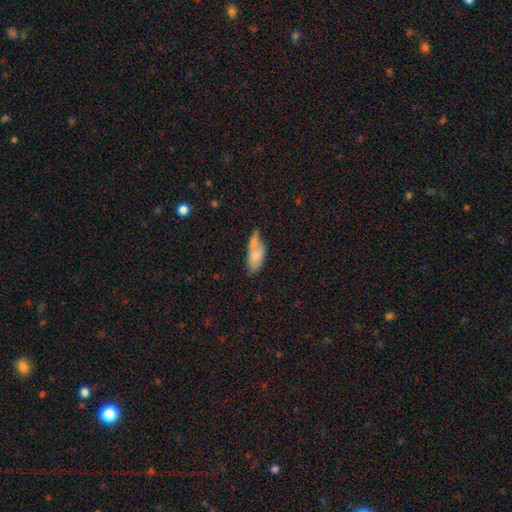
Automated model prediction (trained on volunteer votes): Overall: smooth (72%). How rounded: in between (85%). Merging: merger (38%; none 34%).